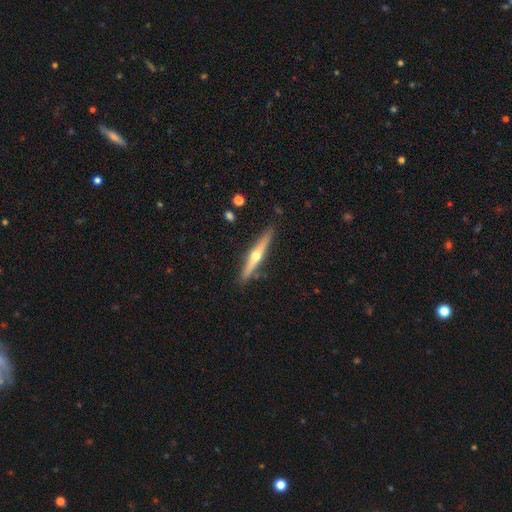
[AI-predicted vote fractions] A featured or disk galaxy (70%) viewed edge-on (97%) with a rounded central bulge (92%). Merging: none (89%).